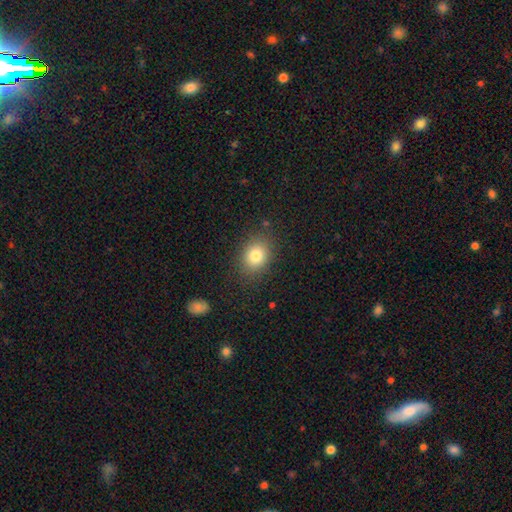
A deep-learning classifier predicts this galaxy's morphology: type=smooth (80%); roundness=round (50%); merging=none (85%).